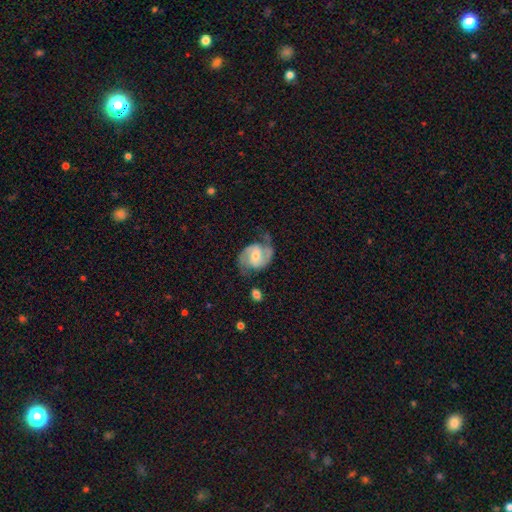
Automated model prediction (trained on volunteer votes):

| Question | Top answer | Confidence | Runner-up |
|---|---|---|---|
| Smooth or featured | featured or disk | 84% | smooth (11%) |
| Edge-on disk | no | 98% | yes (2%) |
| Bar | weak | 45% | no (39%) |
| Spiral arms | yes | 95% | no (5%) |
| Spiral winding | medium | 54% | loose (25%) |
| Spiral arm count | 2 | 89% | can't tell (4%) |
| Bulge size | moderate | 53% | small (42%) |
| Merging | none | 64% | minor disturbance (21%) |